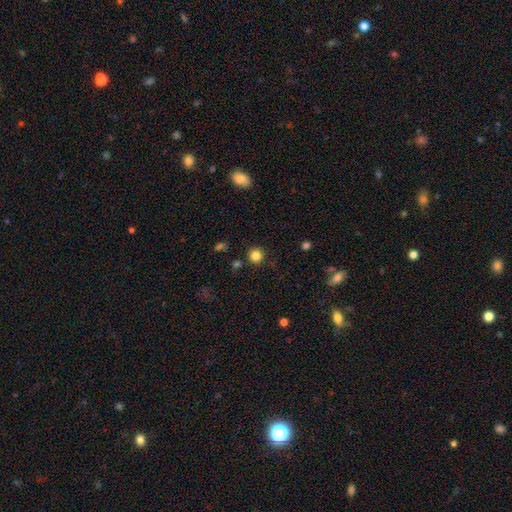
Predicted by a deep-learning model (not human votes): Morphology: type=smooth (83%); roundness=round (94%); merging=none (88%).